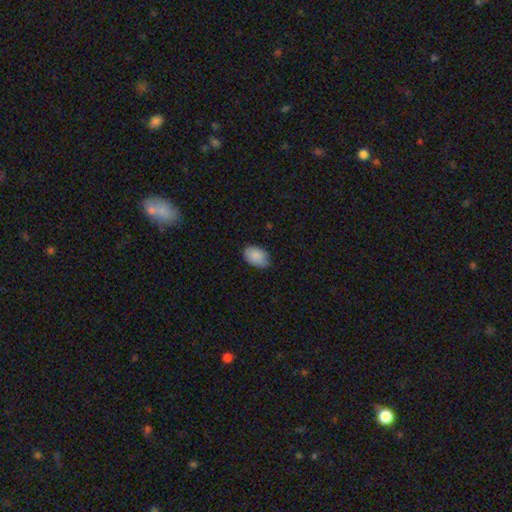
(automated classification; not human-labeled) Q: Smooth or featured?
A: smooth (88%); runner-up: star or artifact (6%)
Q: How rounded?
A: in between (87%); runner-up: round (12%)
Q: Merging?
A: none (75%); runner-up: minor disturbance (21%)